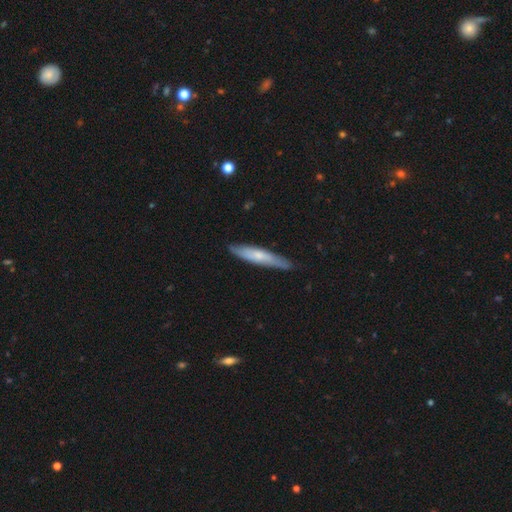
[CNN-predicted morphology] A smooth galaxy with no disk features (53%) that is cigar-shaped (90%). Merging: none (82%).